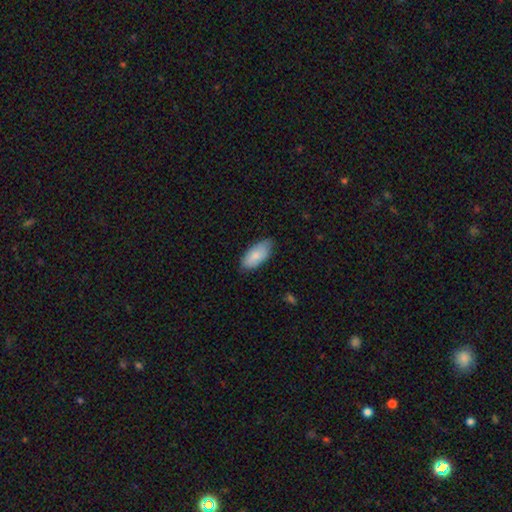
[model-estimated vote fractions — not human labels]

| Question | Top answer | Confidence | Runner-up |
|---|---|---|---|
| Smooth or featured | smooth | 82% | featured or disk (12%) |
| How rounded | in between | 92% | cigar-shaped (6%) |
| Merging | none | 74% | minor disturbance (22%) |